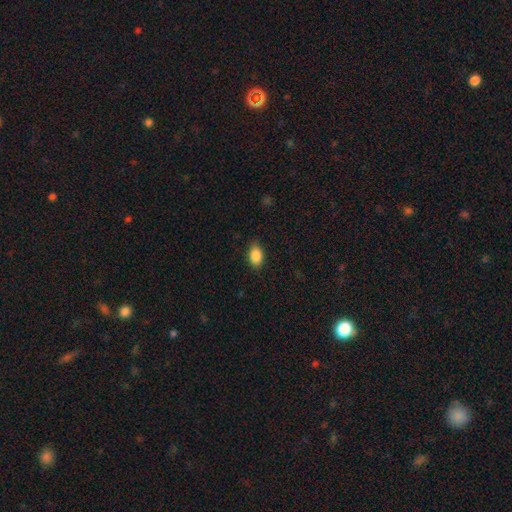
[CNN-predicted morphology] smooth-or-featured: smooth: 88% | star or artifact: 8% | featured or disk: 4%
  how-rounded: in between: 86% | round: 12% | cigar-shaped: 2%
  merging: none: 85% | minor disturbance: 12% | major disturbance: 3% | merger: 1%